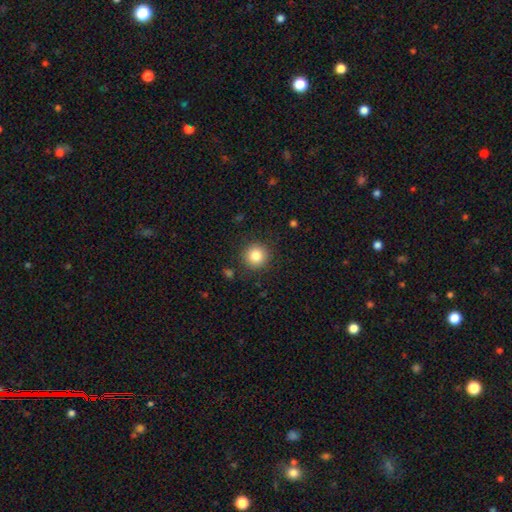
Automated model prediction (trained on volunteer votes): A smooth galaxy with no disk features (84%) that is round (94%).

Vote fractions:
- Smooth or featured? smooth: 84% / star or artifact: 10% / featured or disk: 6%
- How rounded? round: 94% / in between: 5% / cigar-shaped: 1%
- Merging? none: 89% / minor disturbance: 7% / major disturbance: 3% / merger: 1%